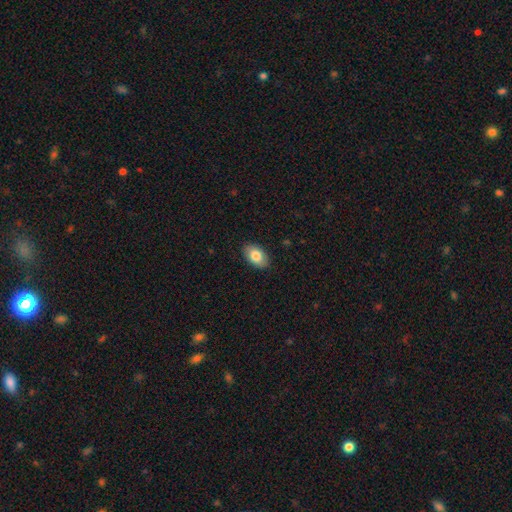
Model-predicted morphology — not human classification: Overall: smooth (83%). How rounded: in between (91%). Merging: none (88%).